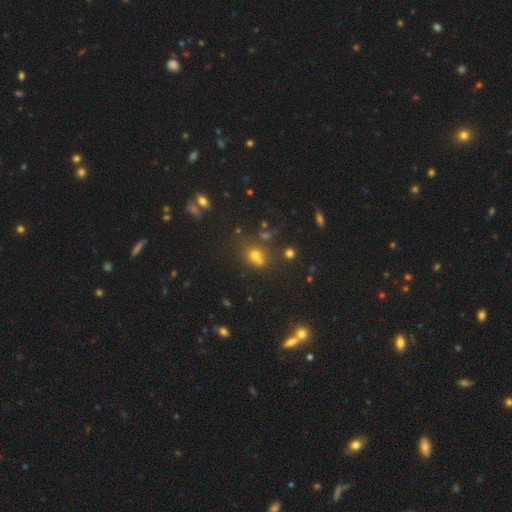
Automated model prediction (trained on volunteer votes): The model was most divided on "merging": none: 50%, merger: 34%, minor disturbance: 11%, major disturbance: 5%. More confident: how rounded — round (72%); smooth or featured — smooth (60%).